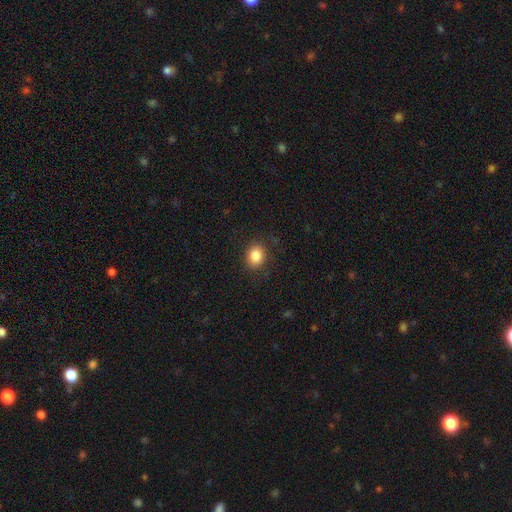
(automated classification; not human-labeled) Smooth or featured: smooth — 85% (star or artifact — 10%)
How rounded: round — 56% (in between — 43%)
Merging: none — 86% (minor disturbance — 10%)